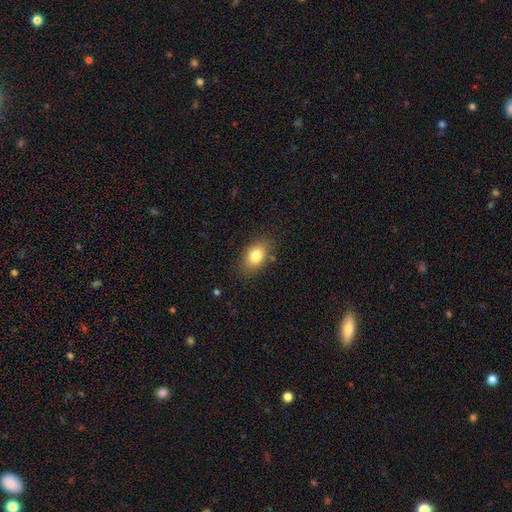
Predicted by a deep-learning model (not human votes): smooth_or_featured: smooth (p=0.81) [alt: featured or disk p=0.10]
how_rounded: in between (p=0.83) [alt: round p=0.15]
merging: none (p=0.82) [alt: minor disturbance p=0.12]